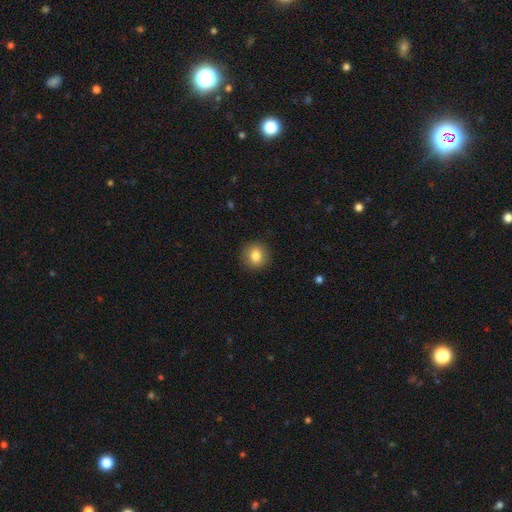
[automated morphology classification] smooth-or-featured: smooth: 83% | star or artifact: 9% | featured or disk: 8%
  how-rounded: round: 87% | in between: 12% | cigar-shaped: 1%
  merging: none: 90% | minor disturbance: 7% | major disturbance: 2% | merger: 1%